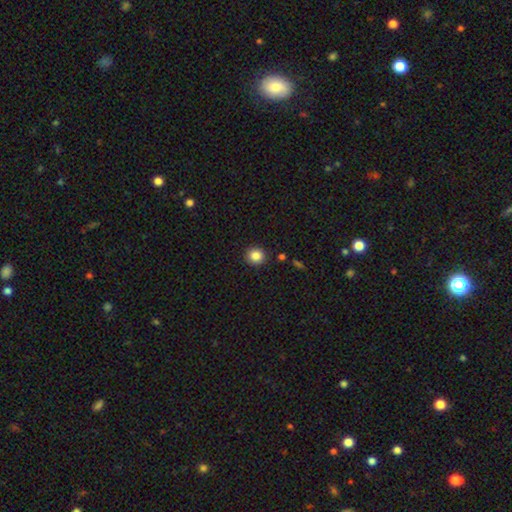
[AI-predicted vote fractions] smooth_or_featured: smooth (p=0.86) [alt: star or artifact p=0.10]
how_rounded: round (p=0.89) [alt: in between p=0.10]
merging: none (p=0.90) [alt: minor disturbance p=0.06]